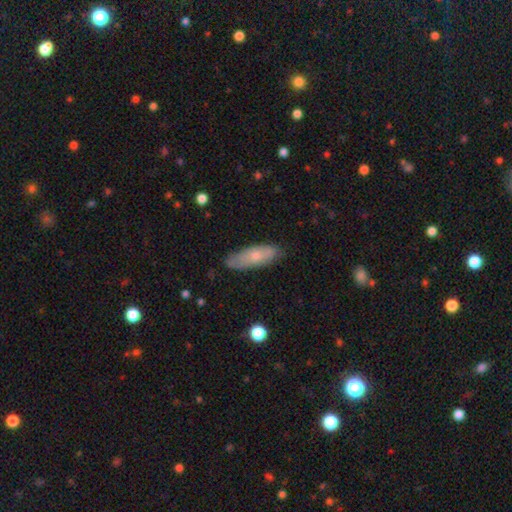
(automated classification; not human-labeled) Q: Smooth or featured?
A: smooth (61%); runner-up: featured or disk (32%)
Q: How rounded?
A: in between (60%); runner-up: cigar-shaped (38%)
Q: Merging?
A: none (77%); runner-up: minor disturbance (18%)